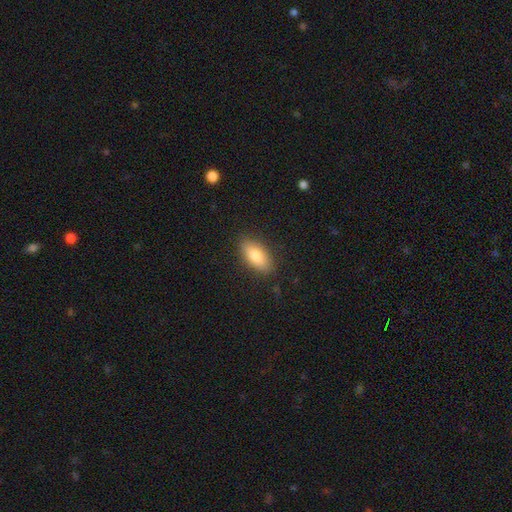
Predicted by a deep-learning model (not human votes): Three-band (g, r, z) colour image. It shows a smooth galaxy with no disk features (82%) that is in between round and cigar-shaped (89%). Merging: none (86%).